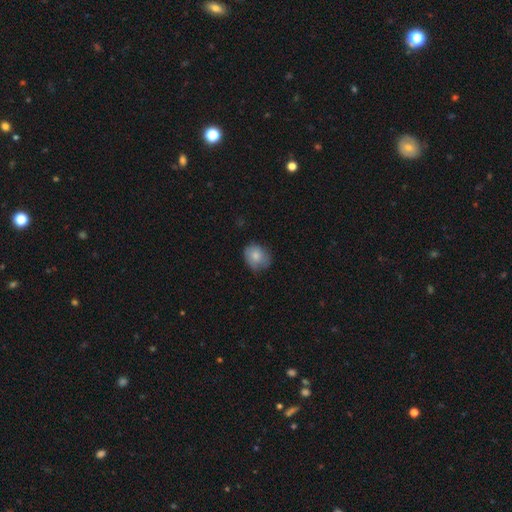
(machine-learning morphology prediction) Smooth or featured: smooth — 80% (featured or disk — 12%)
How rounded: round — 60% (in between — 39%)
Merging: none — 69% (minor disturbance — 25%)